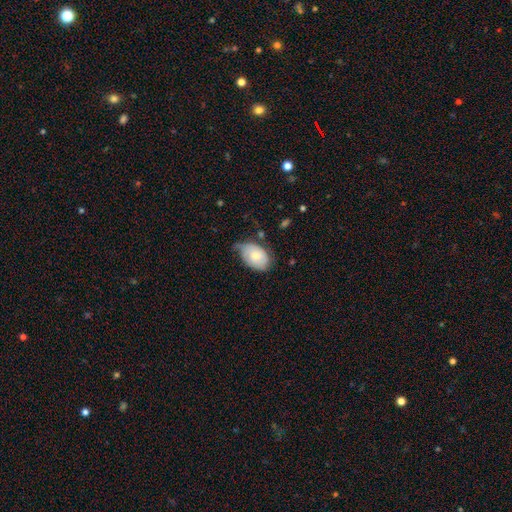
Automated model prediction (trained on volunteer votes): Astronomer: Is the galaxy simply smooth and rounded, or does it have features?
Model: smooth — 68%.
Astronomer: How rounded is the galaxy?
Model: in between — 85%.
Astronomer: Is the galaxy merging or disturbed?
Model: minor disturbance — 43% (runner-up: none, 40%).